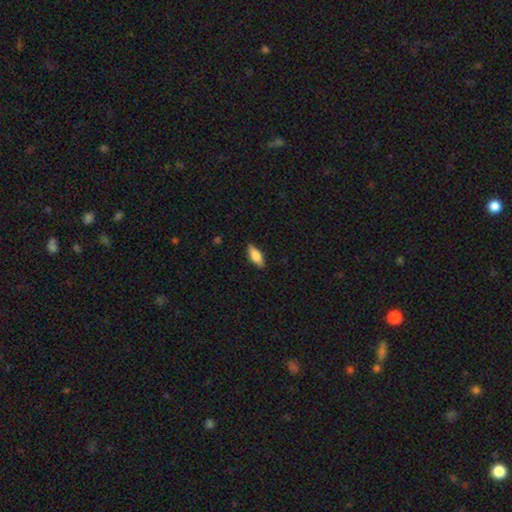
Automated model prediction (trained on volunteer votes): Overall: smooth (77%). How rounded: in between (75%). Merging: none (87%).